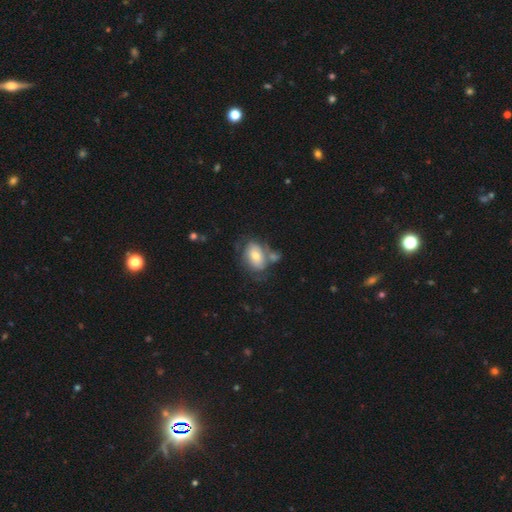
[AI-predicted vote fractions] smooth 57%, featured or disk 36%, star or artifact 7%. Down the decision tree: how rounded — in between (77%); merging — none (39%).